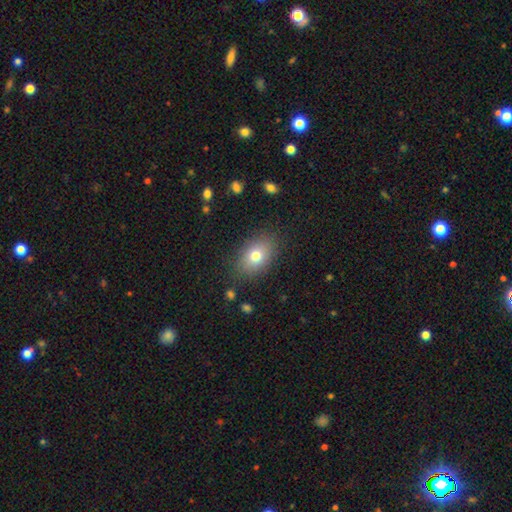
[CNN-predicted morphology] A smooth galaxy with no disk features (75%) that is in between round and cigar-shaped (77%).

Vote fractions:
- Smooth or featured? smooth: 75% / featured or disk: 14% / star or artifact: 11%
- How rounded? in between: 77% / round: 22% / cigar-shaped: 1%
- Merging? none: 84% / minor disturbance: 11% / major disturbance: 4% / merger: 1%